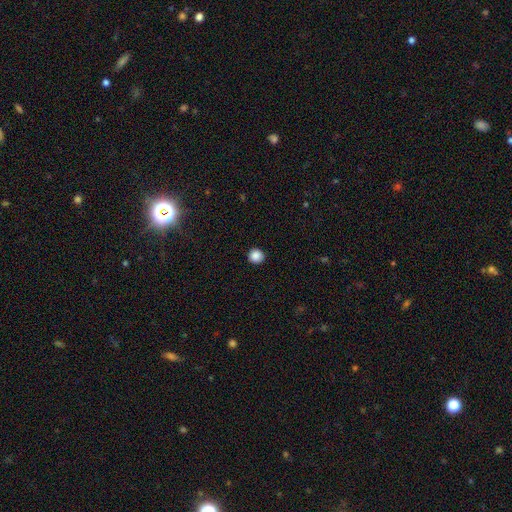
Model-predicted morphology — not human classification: smooth-or-featured: smooth: 88% | star or artifact: 10% | featured or disk: 3%
  how-rounded: round: 94% | in between: 5% | cigar-shaped: 1%
  merging: none: 93% | minor disturbance: 5% | major disturbance: 2% | merger: 1%